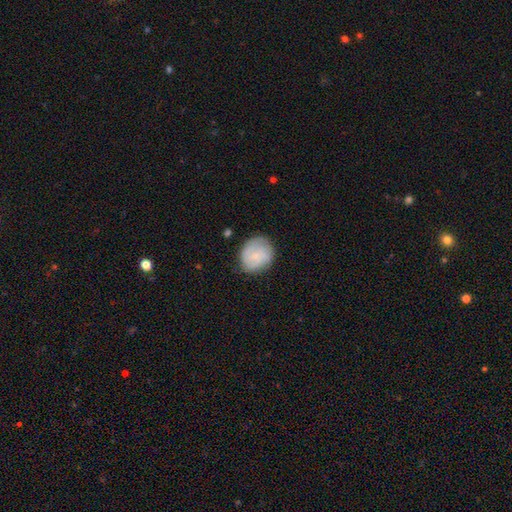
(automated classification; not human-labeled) A smooth galaxy with no disk features (62%) that is round (76%).

Vote fractions:
- Smooth or featured? smooth: 62% / featured or disk: 31% / star or artifact: 7%
- How rounded? round: 76% / in between: 23% / cigar-shaped: 1%
- Merging? none: 72% / minor disturbance: 21% / major disturbance: 5% / merger: 1%